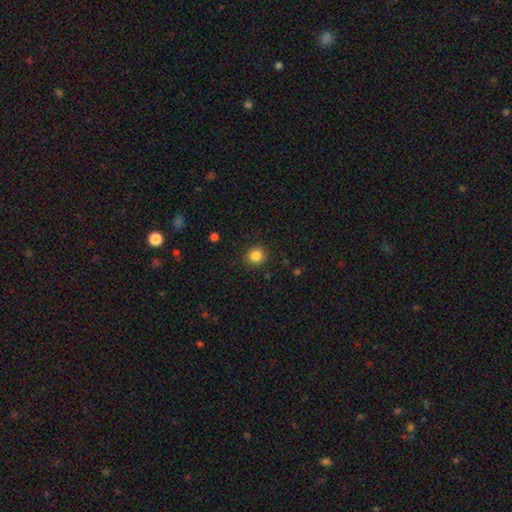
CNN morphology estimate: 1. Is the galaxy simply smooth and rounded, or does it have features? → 85% smooth, 11% star or artifact, 4% featured or disk.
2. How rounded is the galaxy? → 92% round, 8% in between, 1% cigar-shaped.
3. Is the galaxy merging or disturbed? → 91% none, 6% minor disturbance, 2% major disturbance, 1% merger.